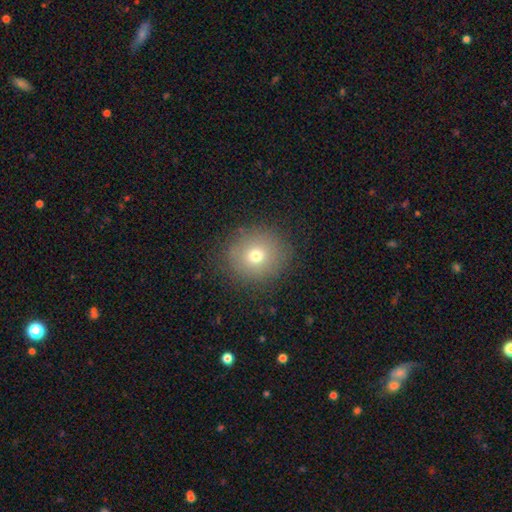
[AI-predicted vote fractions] Smooth or featured?
  - smooth: 72% *
  - featured or disk: 14%
  - star or artifact: 14%
How rounded?
  - round: 86% *
  - in between: 13%
  - cigar-shaped: 1%
Merging?
  - none: 85% *
  - minor disturbance: 10%
  - major disturbance: 4%
  - merger: 1%